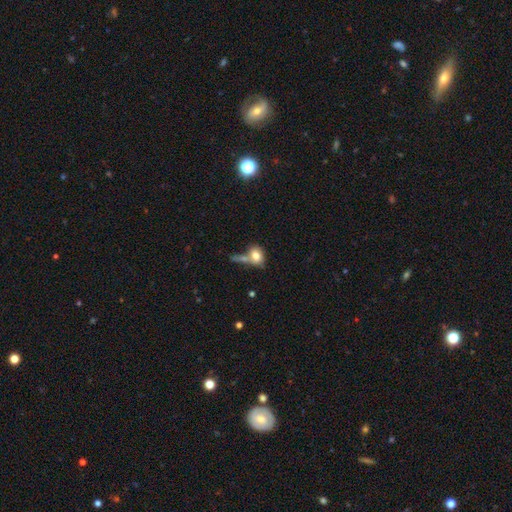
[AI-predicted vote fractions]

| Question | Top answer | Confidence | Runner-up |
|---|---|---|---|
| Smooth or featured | smooth | 77% | featured or disk (15%) |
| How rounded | in between | 64% | round (33%) |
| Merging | merger | 39% | none (34%) |